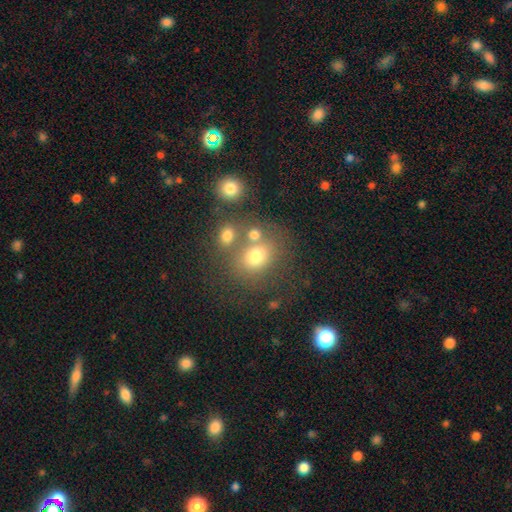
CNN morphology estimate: smooth-or-featured: smooth: 69% | star or artifact: 17% | featured or disk: 14%
  how-rounded: round: 59% | in between: 40% | cigar-shaped: 1%
  merging: none: 54% | merger: 26% | minor disturbance: 13% | major disturbance: 7%